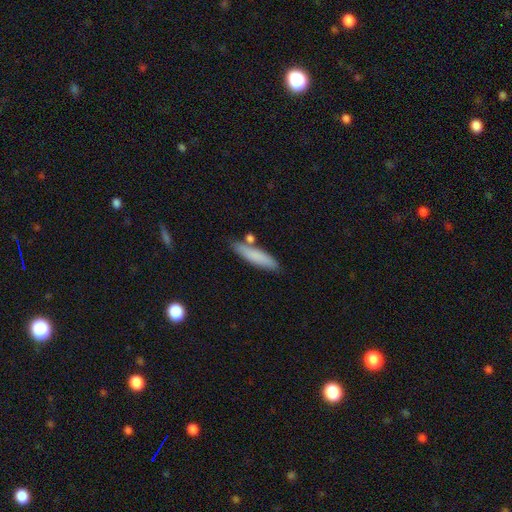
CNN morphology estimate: Smooth or featured: smooth — 79% (featured or disk — 14%)
How rounded: cigar-shaped — 78% (in between — 20%)
Merging: none — 76% (minor disturbance — 14%)